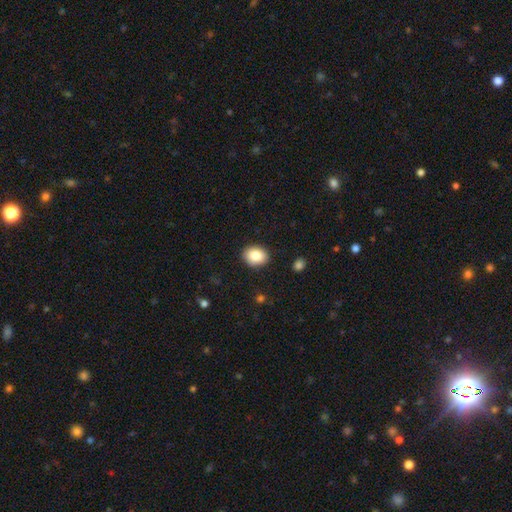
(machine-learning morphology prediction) Smooth or featured? Predicted: smooth (p=0.86). How rounded? Predicted: in between (p=0.54). Merging? Predicted: none (p=0.89).